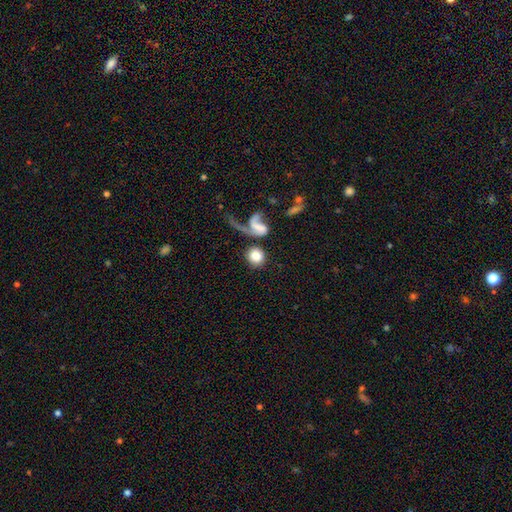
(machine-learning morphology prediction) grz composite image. It shows a smooth galaxy with no disk features (76%) that is round (86%). Merging: none (55%).